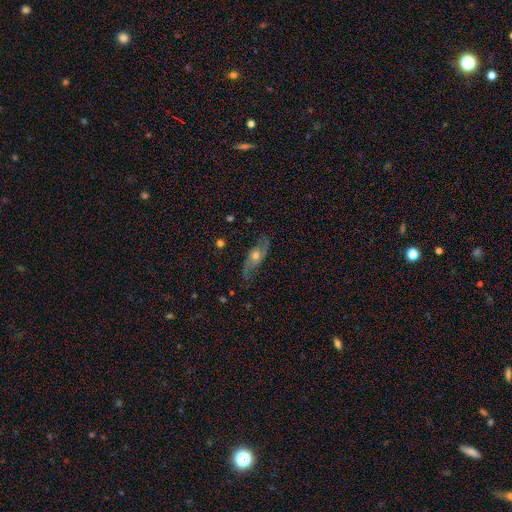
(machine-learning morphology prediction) Smooth or featured? featured or disk (69%)
Edge-on disk? no (80%)
Bar? no (77%)
Spiral arms? yes (83%)
Bulge size? moderate (64%)
Merging? none (74%)